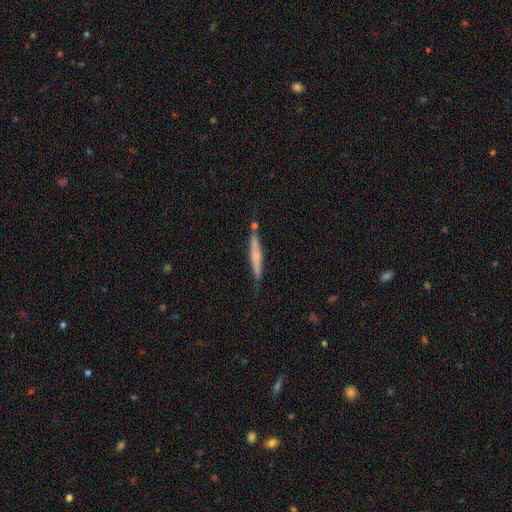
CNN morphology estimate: A smooth galaxy with no disk features (52%) that is cigar-shaped (94%). Merging: none (73%).